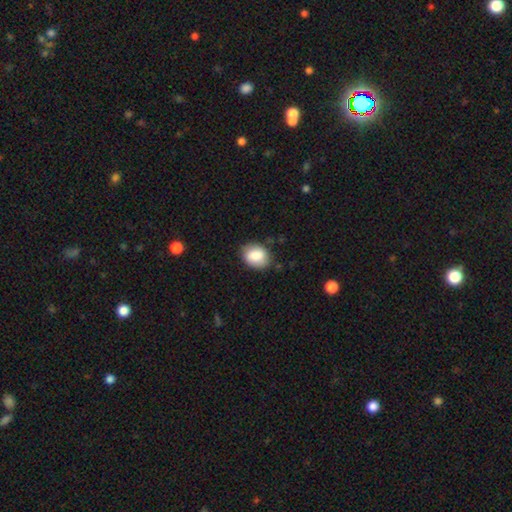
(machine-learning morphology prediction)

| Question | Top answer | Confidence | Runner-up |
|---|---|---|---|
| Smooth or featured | smooth | 82% | featured or disk (11%) |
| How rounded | in between | 59% | round (40%) |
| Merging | none | 80% | minor disturbance (15%) |